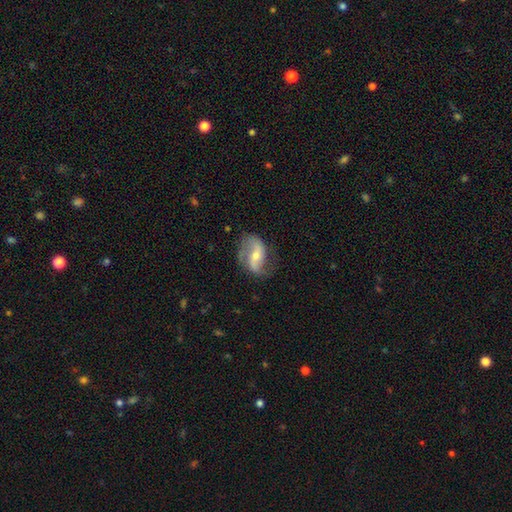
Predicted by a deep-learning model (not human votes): The model was most divided on "bar": weak: 36%, strong: 34%, no: 30%. Remaining: edge-on disk — no (96%); spiral arms — yes (92%); spiral arm count — 2 (88%); smooth or featured — featured or disk (77%); merging — none (67%); spiral winding — loose (60%); bulge size — moderate (49%).